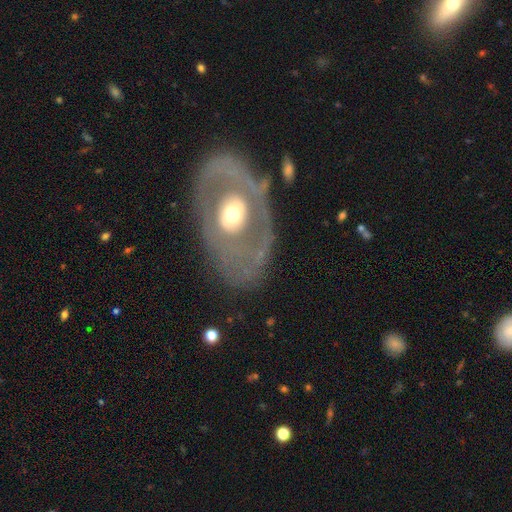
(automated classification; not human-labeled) Smooth or featured: featured or disk — 71% (smooth — 23%)
Edge-on disk: no — 92% (yes — 8%)
Bar: no — 83% (weak — 12%)
Spiral arms: no — 68% (yes — 32%)
Bulge size: moderate — 66% (small — 16%)
Merging: none — 74% (minor disturbance — 15%)